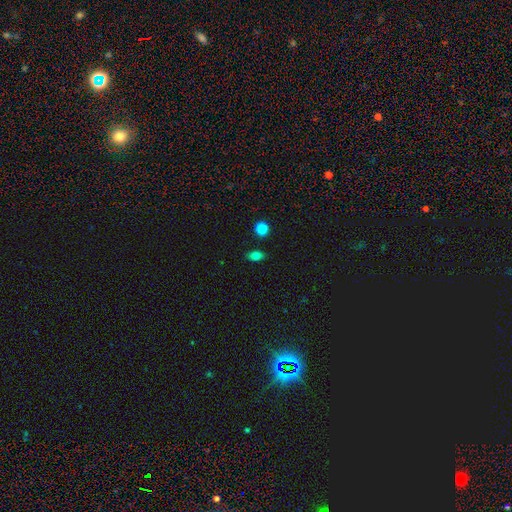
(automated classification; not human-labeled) A smooth galaxy with no disk features (79%) that is in between round and cigar-shaped (76%). Merging: none (85%).